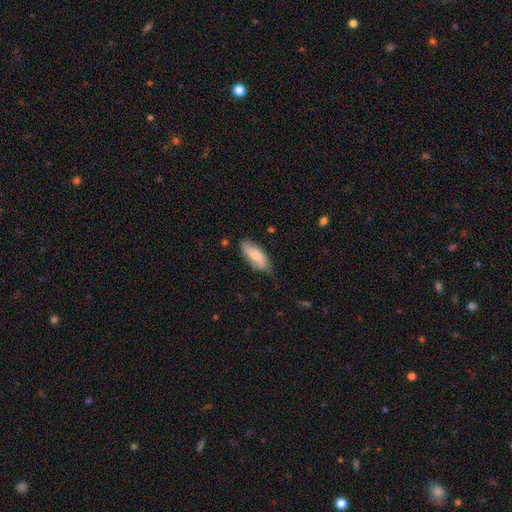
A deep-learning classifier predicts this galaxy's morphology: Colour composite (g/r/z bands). It shows a smooth galaxy with no disk features (65%) that is in between round and cigar-shaped (77%). Merging: none (69%).